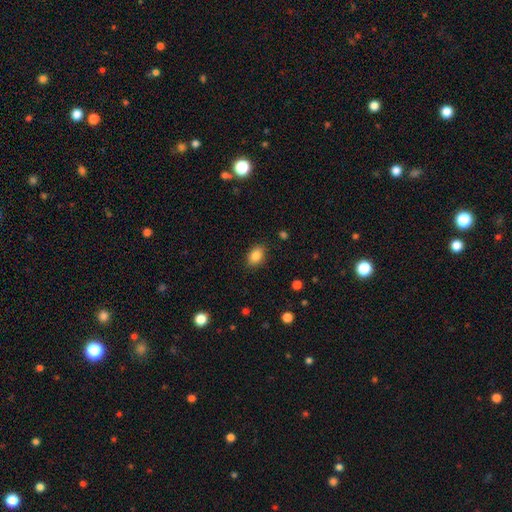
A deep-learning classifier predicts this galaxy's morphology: type=smooth (85%); roundness=in between (81%); merging=none (85%).